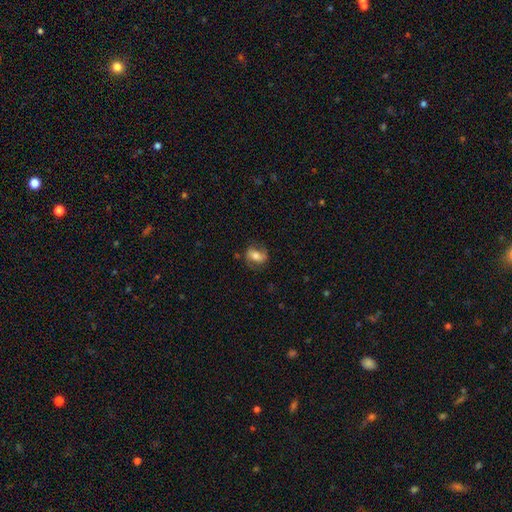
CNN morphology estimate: Overall: smooth (55%; featured or disk 36%). How rounded: in between (74%). Merging: none (68%).